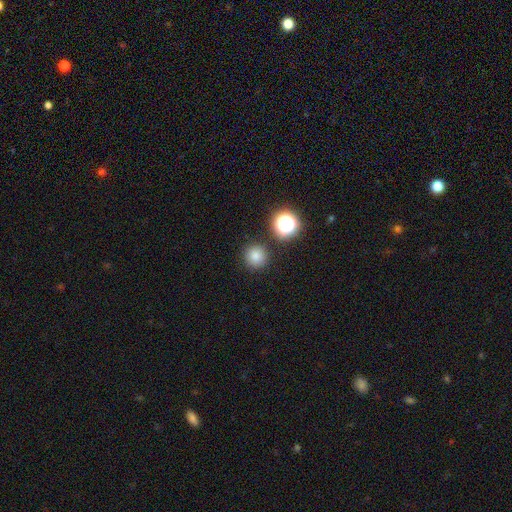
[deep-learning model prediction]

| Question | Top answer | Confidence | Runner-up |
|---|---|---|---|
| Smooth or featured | smooth | 79% | star or artifact (16%) |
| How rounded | round | 95% | in between (4%) |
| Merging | none | 87% | minor disturbance (6%) |